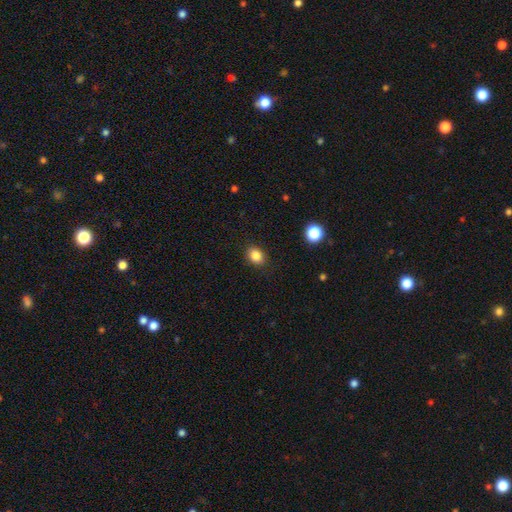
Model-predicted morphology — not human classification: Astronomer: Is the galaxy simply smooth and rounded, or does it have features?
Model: smooth — 85%.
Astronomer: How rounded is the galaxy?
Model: in between — 55% (runner-up: round, 44%).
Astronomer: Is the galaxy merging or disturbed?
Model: none — 88%.